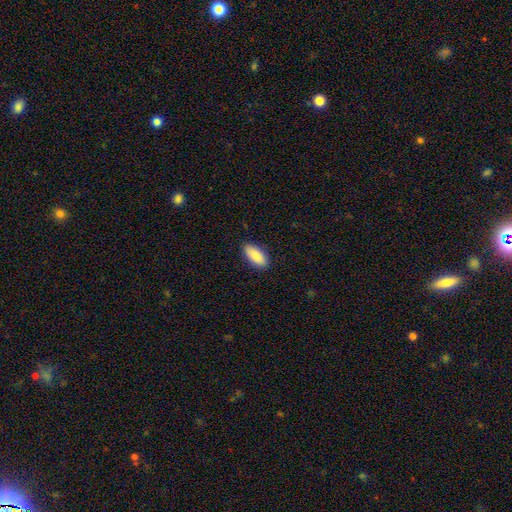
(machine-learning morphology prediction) Smooth or featured? smooth (87%)
How rounded? in between (85%)
Merging? none (88%)